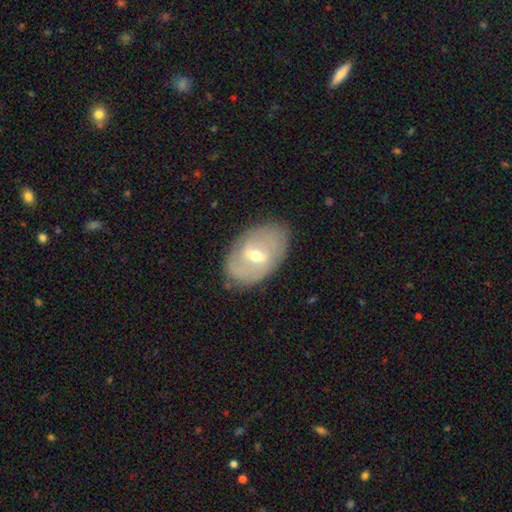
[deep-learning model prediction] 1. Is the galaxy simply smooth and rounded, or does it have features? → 60% featured or disk, 33% smooth, 7% star or artifact.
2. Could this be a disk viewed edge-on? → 90% no, 10% yes.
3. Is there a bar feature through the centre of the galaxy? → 53% weak, 31% strong, 16% no.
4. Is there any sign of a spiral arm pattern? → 58% no, 42% yes.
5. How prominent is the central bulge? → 59% moderate, 36% small, 3% large, 1% none, 1% dominant.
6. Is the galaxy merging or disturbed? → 79% none, 14% minor disturbance, 5% major disturbance, 1% merger.